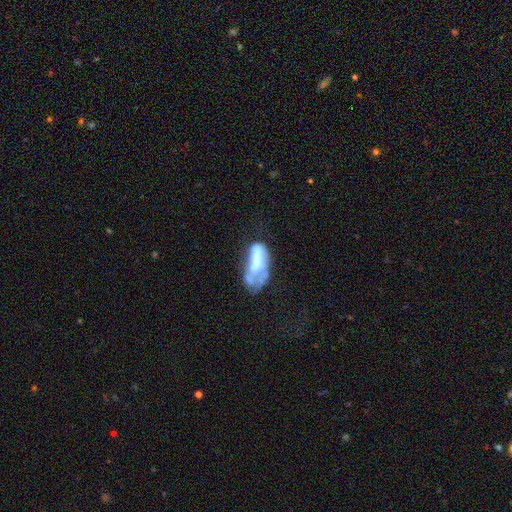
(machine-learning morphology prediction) A featured or disk galaxy (51%). Merging: major disturbance (34%).